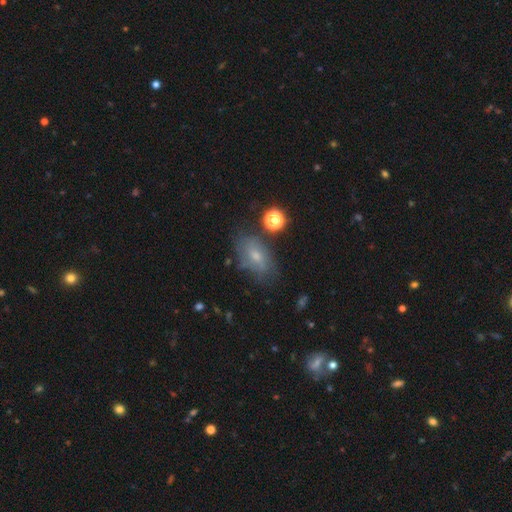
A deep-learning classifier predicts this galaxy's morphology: smooth_or_featured: smooth (p=0.47) [alt: featured or disk p=0.40]
merging: none (p=0.64) [alt: minor disturbance p=0.22]